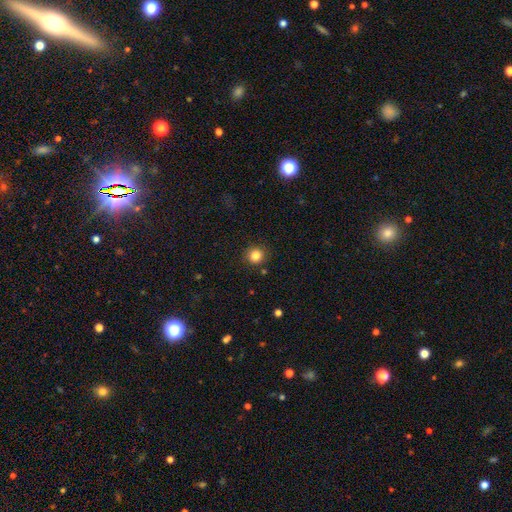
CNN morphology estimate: A smooth galaxy with no disk features (84%) that is round (91%). Merging: none (88%).